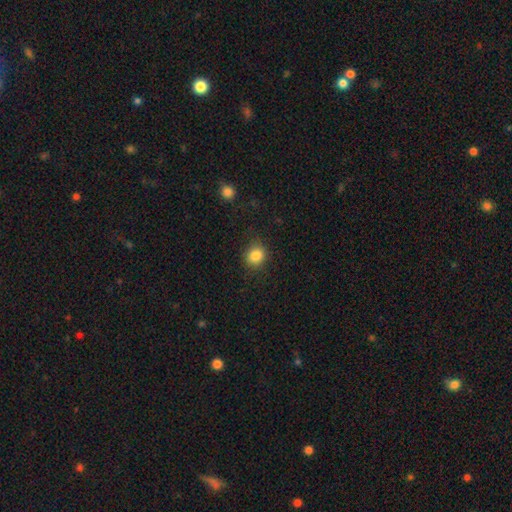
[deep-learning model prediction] This is clearly a smooth galaxy (85%). How rounded: likely round (73%). Merging: clearly none (84%).